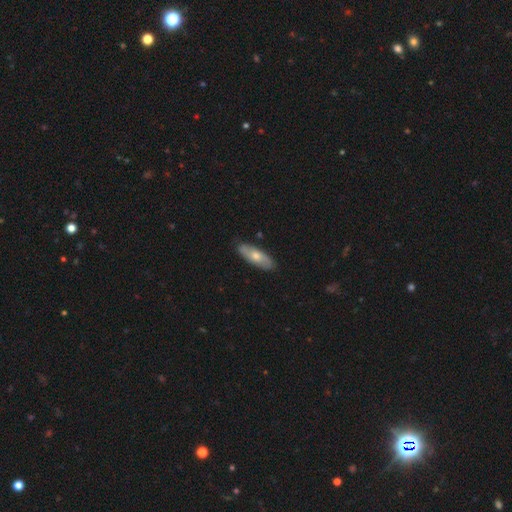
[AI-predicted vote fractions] Overall: smooth (53%; featured or disk 41%). How rounded: in between (64%; cigar-shaped 34%). Merging: none (87%).